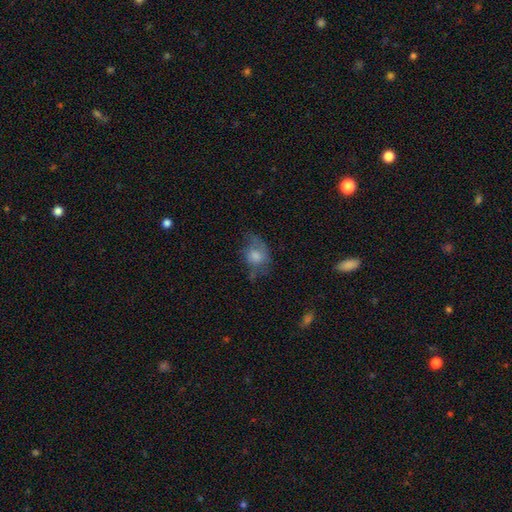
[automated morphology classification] Smooth or featured?
  - smooth: 63% *
  - featured or disk: 27%
  - star or artifact: 10%
How rounded?
  - in between: 59% *
  - round: 40%
  - cigar-shaped: 2%
Merging?
  - none: 41% *
  - minor disturbance: 31%
  - major disturbance: 25%
  - merger: 3%